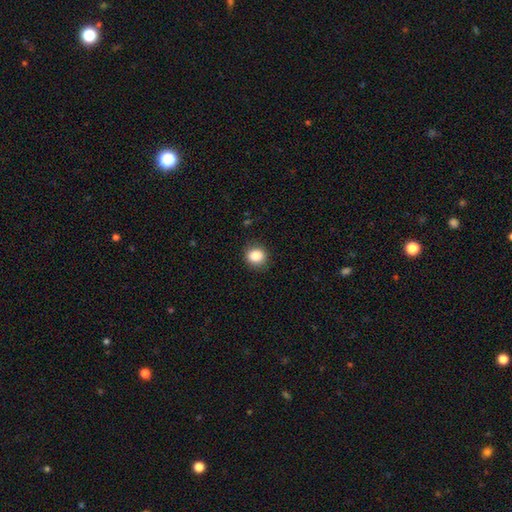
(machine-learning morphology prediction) A smooth galaxy with no disk features (85%) that is round (85%). Merging: none (88%).